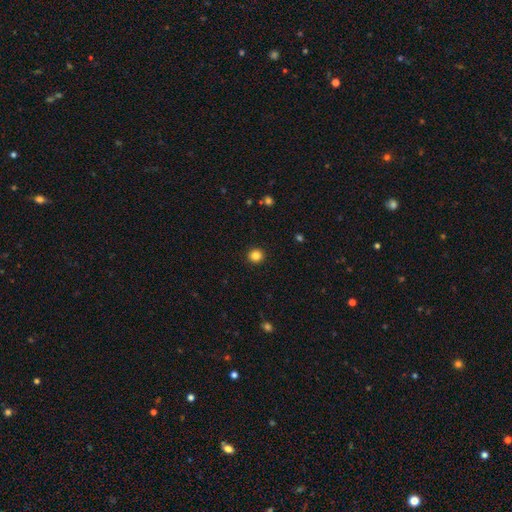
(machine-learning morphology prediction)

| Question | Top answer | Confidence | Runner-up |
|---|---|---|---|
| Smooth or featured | smooth | 84% | star or artifact (11%) |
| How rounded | round | 92% | in between (7%) |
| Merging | none | 93% | minor disturbance (4%) |